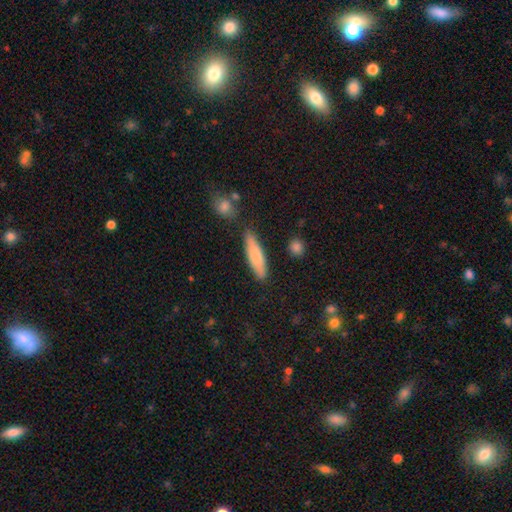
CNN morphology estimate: A smooth galaxy with no disk features (80%) that is cigar-shaped (70%). Merging: none (80%).